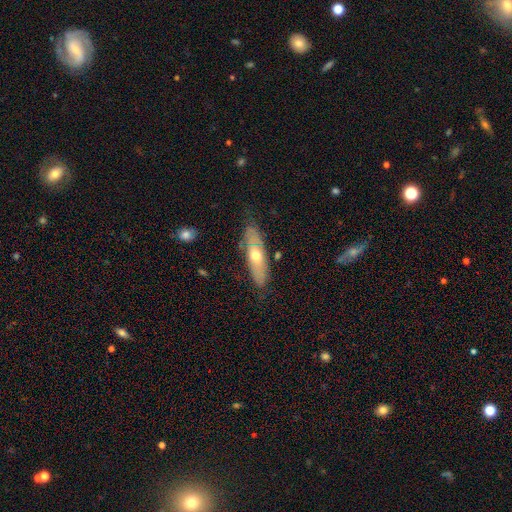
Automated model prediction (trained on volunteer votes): A smooth galaxy with no disk features (49%).

Vote fractions:
- Smooth or featured? smooth: 49% / featured or disk: 45% / star or artifact: 6%
- Merging? none: 71% / minor disturbance: 21% / major disturbance: 6% / merger: 2%